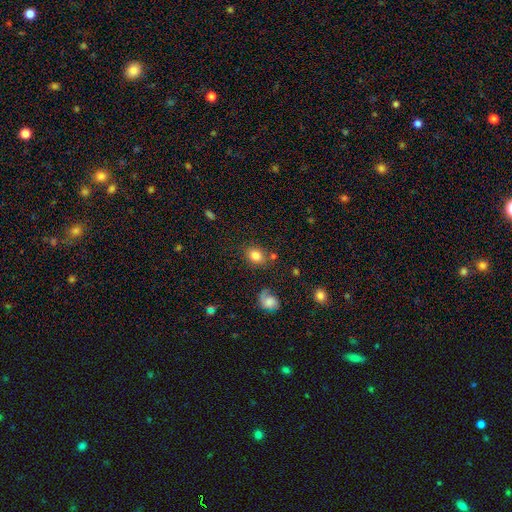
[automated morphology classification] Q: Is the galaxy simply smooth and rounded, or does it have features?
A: smooth — 81%.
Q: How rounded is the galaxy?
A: in between — 53%.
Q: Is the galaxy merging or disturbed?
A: none — 74%.